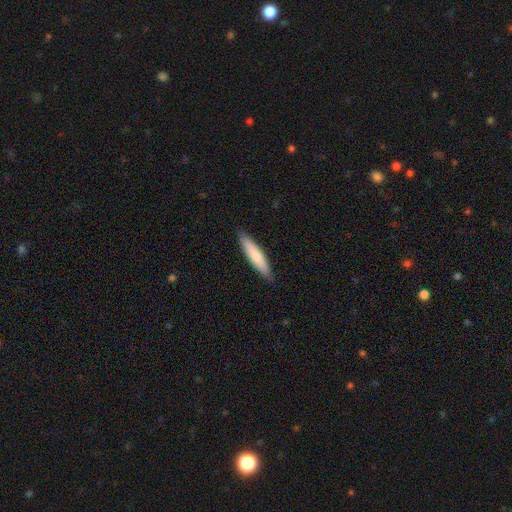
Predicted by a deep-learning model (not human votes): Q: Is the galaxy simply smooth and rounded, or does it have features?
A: smooth — 76%.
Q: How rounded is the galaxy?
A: cigar-shaped — 85%.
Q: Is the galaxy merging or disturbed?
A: none — 88%.